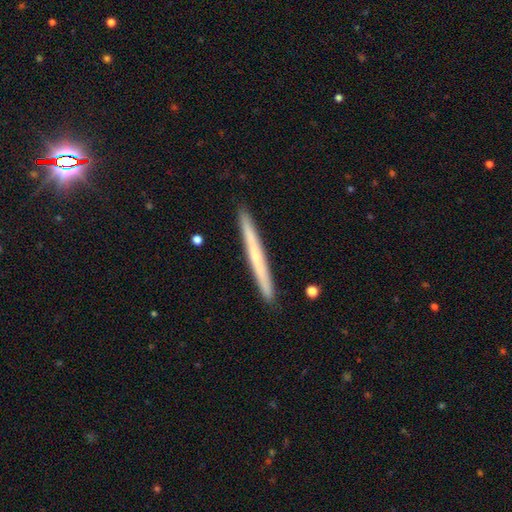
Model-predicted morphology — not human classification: This appears to be a featured or disk galaxy (49%). Merging: none (92%).